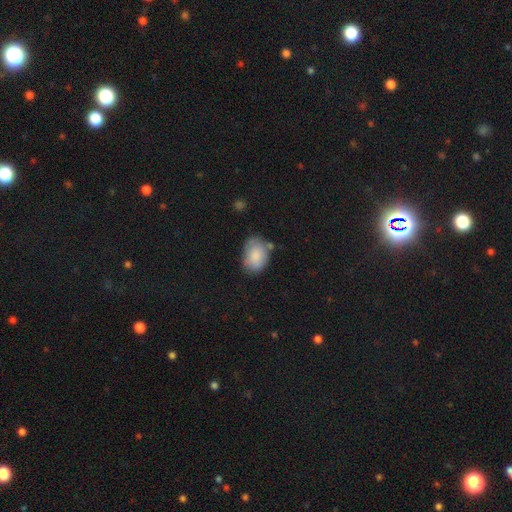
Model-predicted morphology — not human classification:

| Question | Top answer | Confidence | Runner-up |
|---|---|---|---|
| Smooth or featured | smooth | 83% | featured or disk (11%) |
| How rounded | in between | 81% | round (18%) |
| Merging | none | 61% | minor disturbance (26%) |